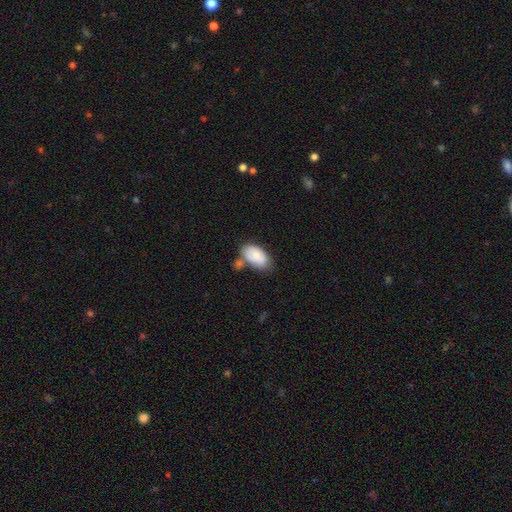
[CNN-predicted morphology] A smooth galaxy with no disk features (81%) that is in between round and cigar-shaped (95%). Merging: none (54%).